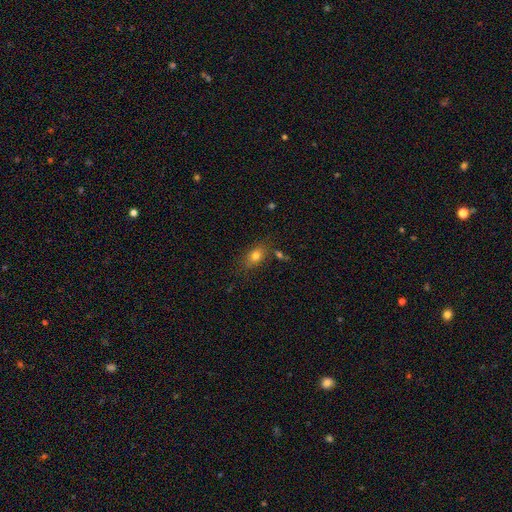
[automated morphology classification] The model was most divided on "how rounded": in between: 76%, round: 19%, cigar-shaped: 5%. More confident: smooth or featured — smooth (77%); merging — none (75%).